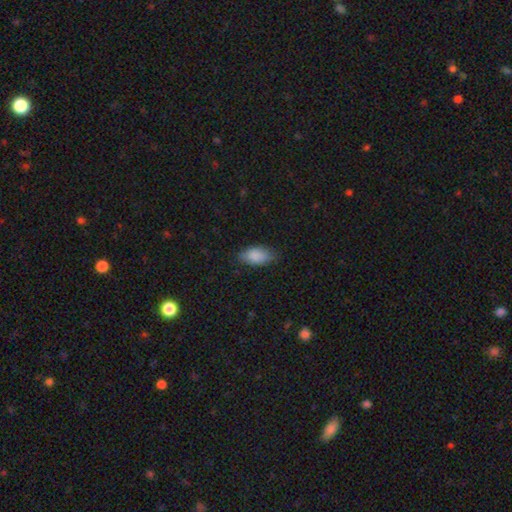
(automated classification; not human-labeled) smooth 88%, star or artifact 7%, featured or disk 6%. Down the decision tree: how rounded — in between (93%); merging — none (77%).